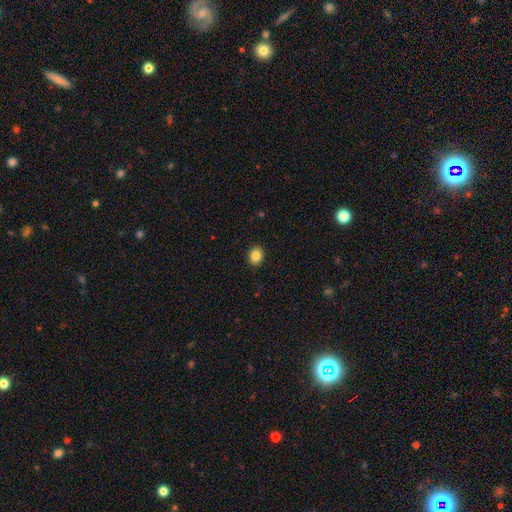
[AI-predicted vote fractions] This appears to be a smooth galaxy with no disk features (87%) that is in between round and cigar-shaped (54%). Merging: none (90%).